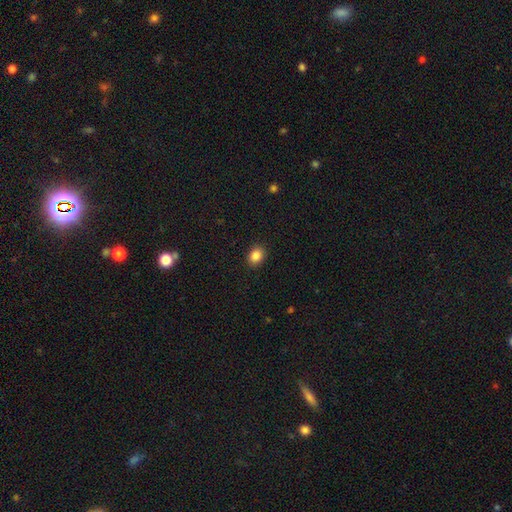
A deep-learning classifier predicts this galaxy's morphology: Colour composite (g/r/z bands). It shows a smooth galaxy with no disk features (86%) that is in between round and cigar-shaped (53%). Merging: none (90%).